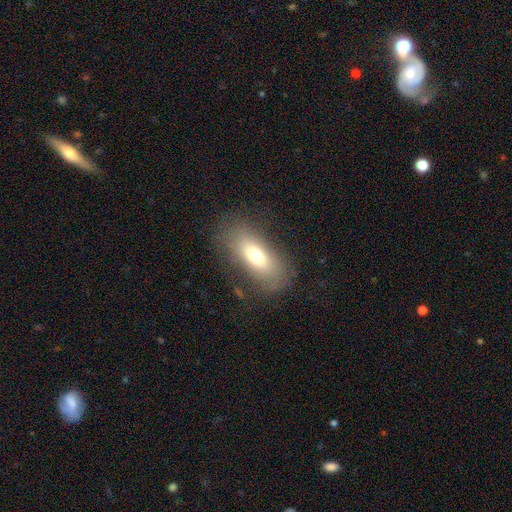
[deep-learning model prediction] Smooth or featured: smooth — 69% (featured or disk — 21%)
How rounded: in between — 80% (cigar-shaped — 14%)
Merging: none — 77% (minor disturbance — 14%)